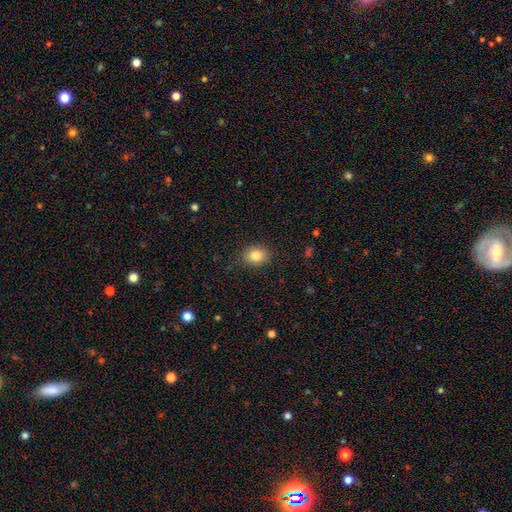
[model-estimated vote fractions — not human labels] The model was most divided on "how rounded": in between: 57%, round: 42%, cigar-shaped: 1%. More confident: merging — none (85%); smooth or featured — smooth (84%).